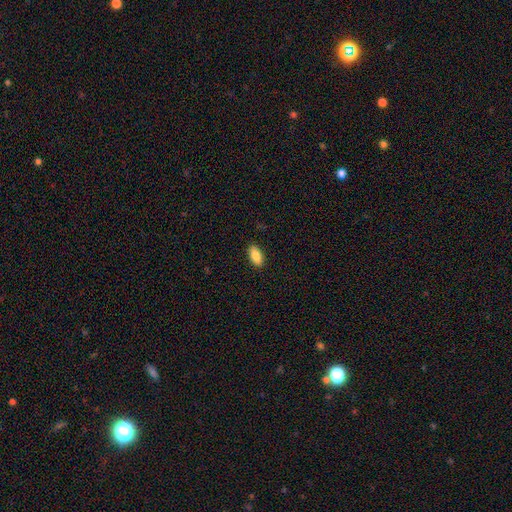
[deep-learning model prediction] A smooth galaxy with no disk features (85%) that is in between round and cigar-shaped (88%). Merging: none (90%).